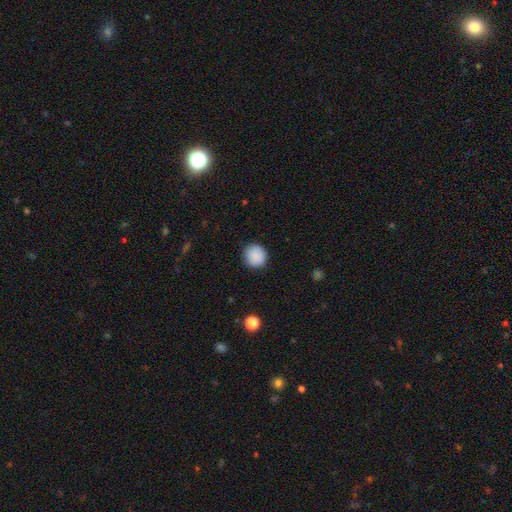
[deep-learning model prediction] A smooth galaxy with no disk features (88%) that is round (92%). Merging: none (89%).